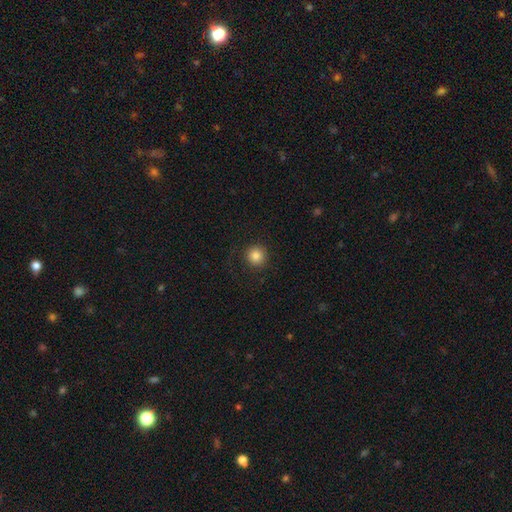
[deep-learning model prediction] smooth-or-featured: smooth: 84% | star or artifact: 11% | featured or disk: 5%
  how-rounded: round: 95% | in between: 4% | cigar-shaped: 1%
  merging: none: 89% | minor disturbance: 7% | major disturbance: 3% | merger: 1%